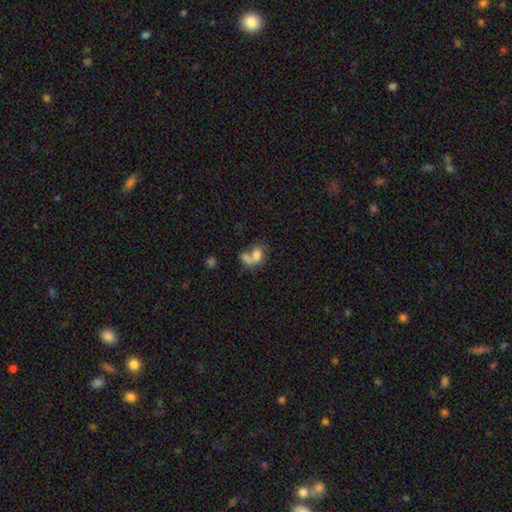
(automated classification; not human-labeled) Smooth or featured: smooth — 69% (featured or disk — 20%)
How rounded: in between — 75% (round — 23%)
Merging: merger — 58% (none — 19%)